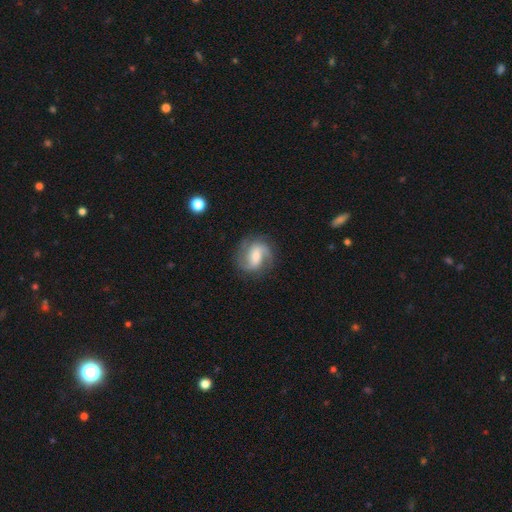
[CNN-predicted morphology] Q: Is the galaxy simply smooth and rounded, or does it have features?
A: featured or disk — 77%.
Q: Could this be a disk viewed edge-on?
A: no — 97%.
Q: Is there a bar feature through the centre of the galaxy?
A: weak — 48%.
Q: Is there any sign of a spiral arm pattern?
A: yes — 95%.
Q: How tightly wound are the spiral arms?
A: medium — 48%.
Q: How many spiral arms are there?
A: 2 — 75%.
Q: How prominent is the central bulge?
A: moderate — 43%.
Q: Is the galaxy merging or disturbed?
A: none — 76%.